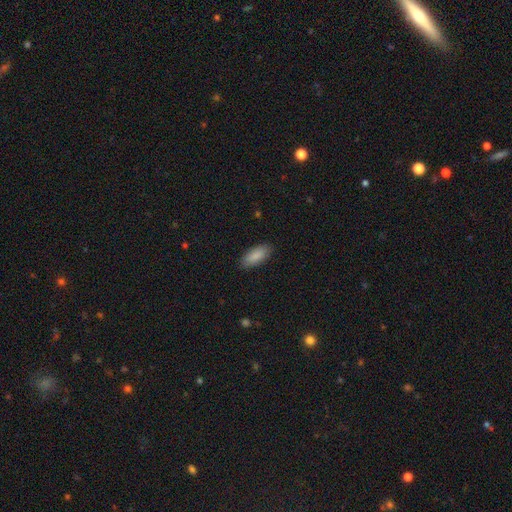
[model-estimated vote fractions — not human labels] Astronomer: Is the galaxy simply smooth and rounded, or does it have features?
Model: smooth — 89%.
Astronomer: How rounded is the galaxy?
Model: in between — 83%.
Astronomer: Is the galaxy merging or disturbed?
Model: none — 87%.